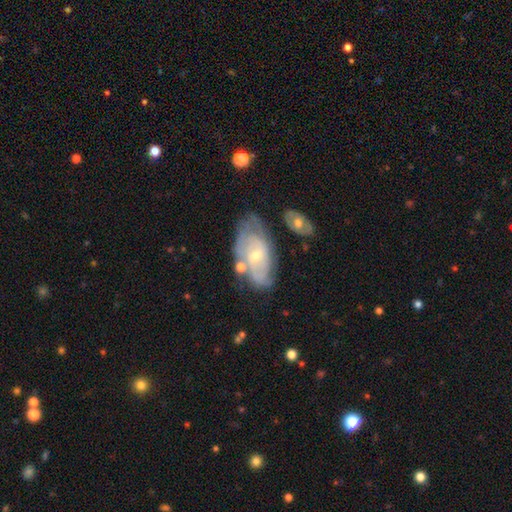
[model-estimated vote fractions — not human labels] featured or disk 69%, smooth 24%, star or artifact 7%. Down the decision tree: edge-on disk — no (93%); bar — no (64%); spiral arms — yes (71%); bulge size — small (56%); merging — none (53%).